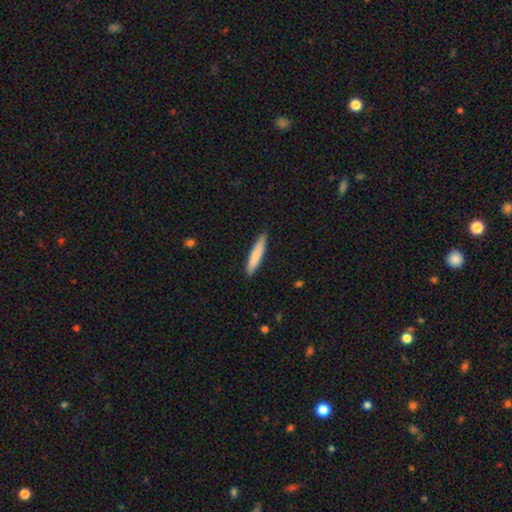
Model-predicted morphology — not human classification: A smooth galaxy with no disk features (79%) that is cigar-shaped (89%). Merging: none (87%).